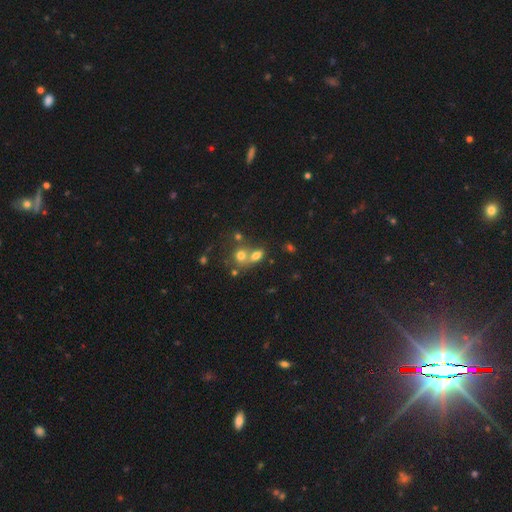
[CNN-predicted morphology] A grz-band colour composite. It shows a smooth galaxy with no disk features (69%) that is in between round and cigar-shaped (57%). Merging: merger (53%).